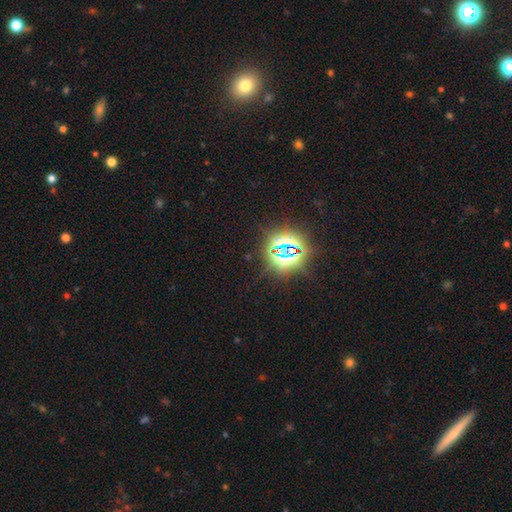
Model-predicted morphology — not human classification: Smooth or featured: star or artifact — 81% (smooth — 12%)